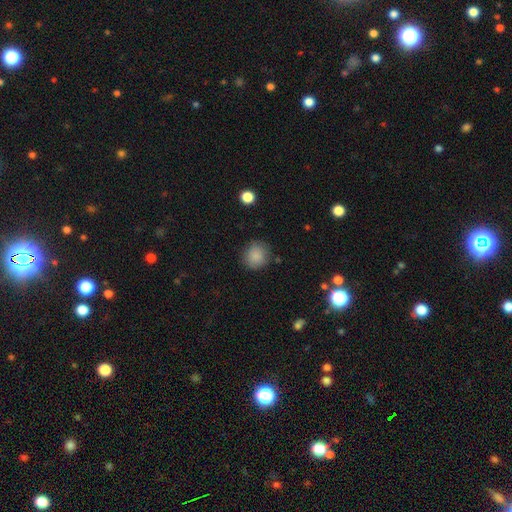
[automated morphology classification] Smooth or featured? Predicted: smooth (p=0.87). How rounded? Predicted: round (p=0.88). Merging? Predicted: none (p=0.81).